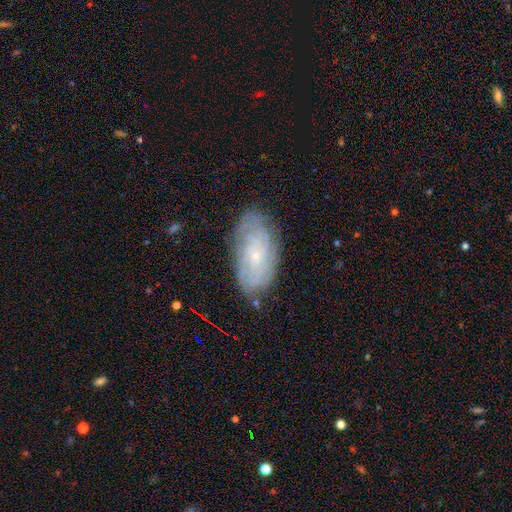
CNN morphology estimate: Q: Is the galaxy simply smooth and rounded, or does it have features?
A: featured or disk — 64%.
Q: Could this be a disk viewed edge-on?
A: no — 93%.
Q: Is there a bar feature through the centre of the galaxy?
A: no — 79%.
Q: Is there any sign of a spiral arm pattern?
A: yes — 82%.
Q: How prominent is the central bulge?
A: small — 83%.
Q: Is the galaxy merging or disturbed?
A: none — 77%.